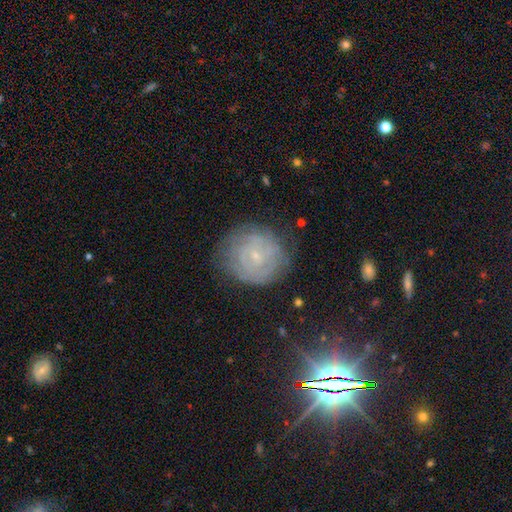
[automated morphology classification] This is likely a featured or disk galaxy (67%). It is clearly not viewed edge-on (97%). Bar: likely no (66%). Spiral arm pattern: clearly yes (84%). Spiral arm count: possibly can't tell (52%). Spiral winding: likely tight (76%). Central bulge: clearly small (84%). Merging: likely none (76%).